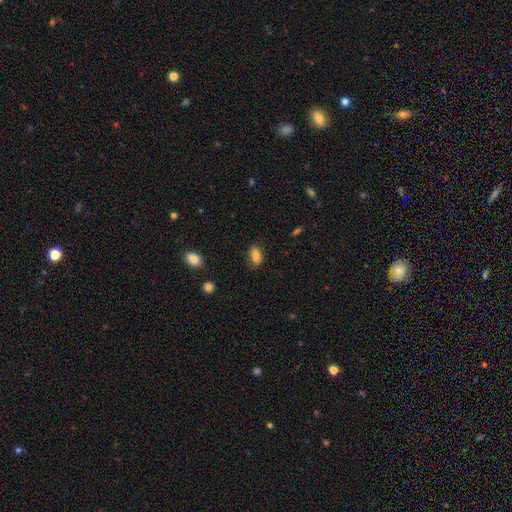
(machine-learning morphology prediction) Smooth or featured? smooth (79%)
How rounded? in between (86%)
Merging? none (77%)